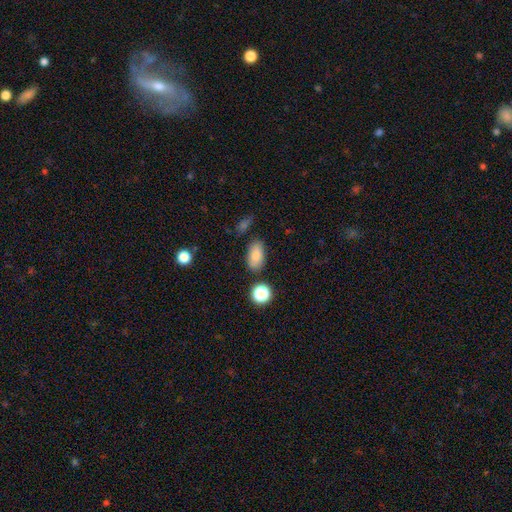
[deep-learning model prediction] A smooth galaxy with no disk features (83%) that is in between round and cigar-shaped (90%). Merging: none (80%).